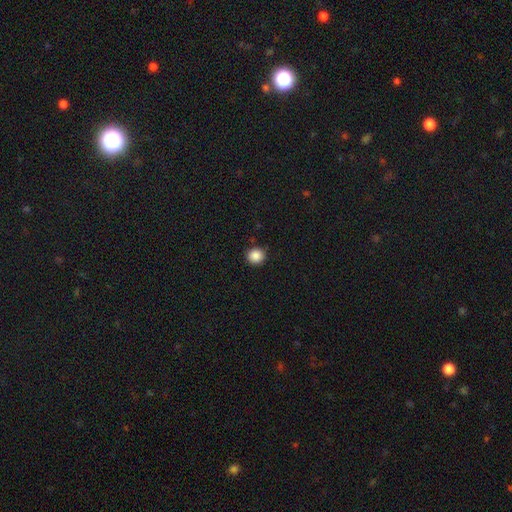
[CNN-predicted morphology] This is clearly a smooth galaxy (88%). How rounded: clearly round (90%). Merging: clearly none (91%).